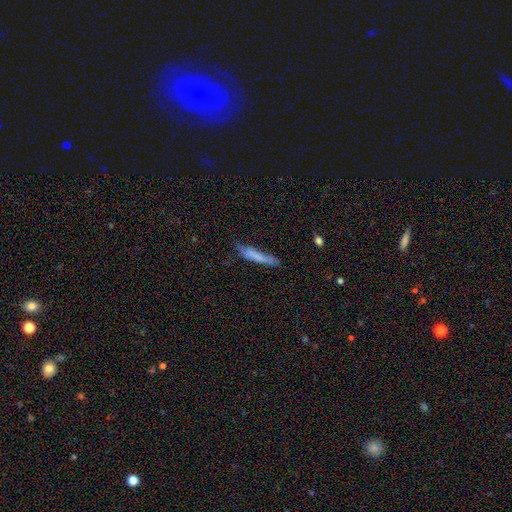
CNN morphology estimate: Smooth or featured: smooth — 66% (featured or disk — 26%)
How rounded: cigar-shaped — 90% (in between — 8%)
Merging: none — 50% (minor disturbance — 29%)